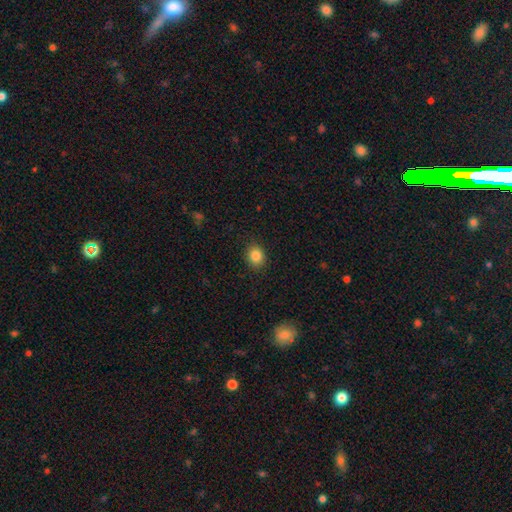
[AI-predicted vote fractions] Morphology: type=smooth (85%); roundness=round (67%); merging=none (88%).